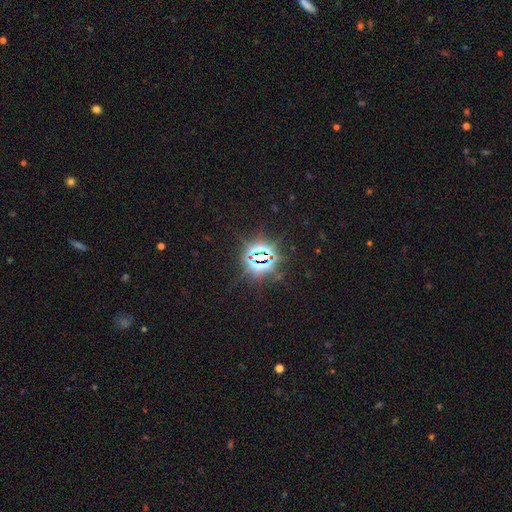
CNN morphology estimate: Overall: star or artifact (85%).